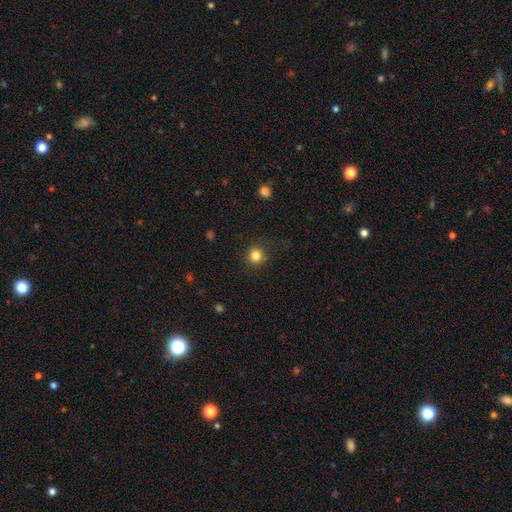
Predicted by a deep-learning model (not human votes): The model was most divided on "smooth or featured": smooth: 83%, star or artifact: 12%, featured or disk: 5%. More confident: how rounded — round (94%); merging — none (89%).